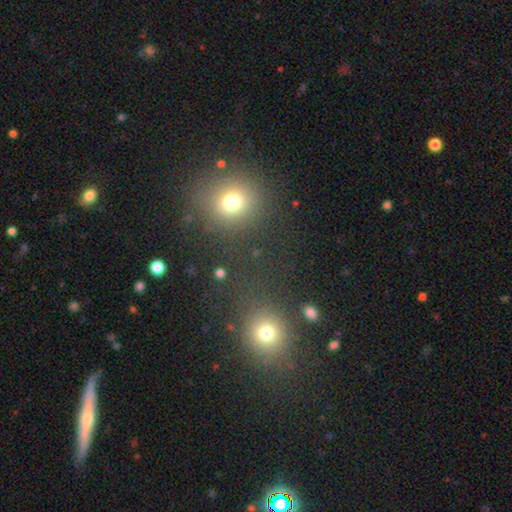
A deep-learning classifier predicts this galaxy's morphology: type=smooth (51%); roundness=round (82%); merging=none (79%).